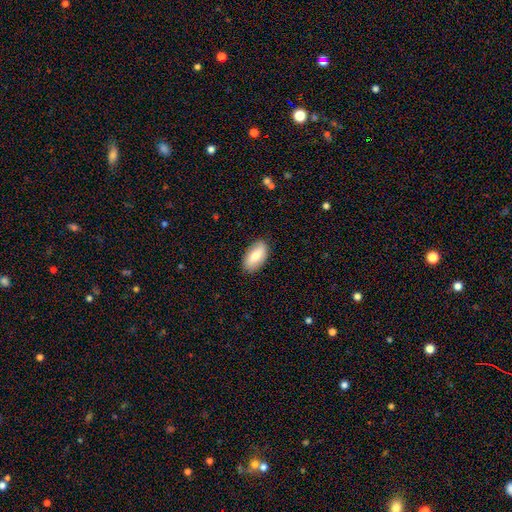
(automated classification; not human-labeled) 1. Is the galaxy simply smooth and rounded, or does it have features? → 74% smooth, 20% featured or disk, 6% star or artifact.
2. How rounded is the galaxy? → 92% in between, 5% cigar-shaped, 3% round.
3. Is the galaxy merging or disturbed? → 86% none, 11% minor disturbance, 2% major disturbance, 1% merger.